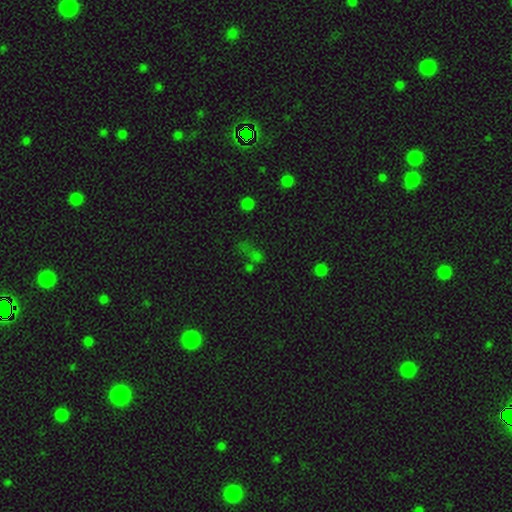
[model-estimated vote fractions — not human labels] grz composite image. It shows a star or artifact, not a galaxy (45%).